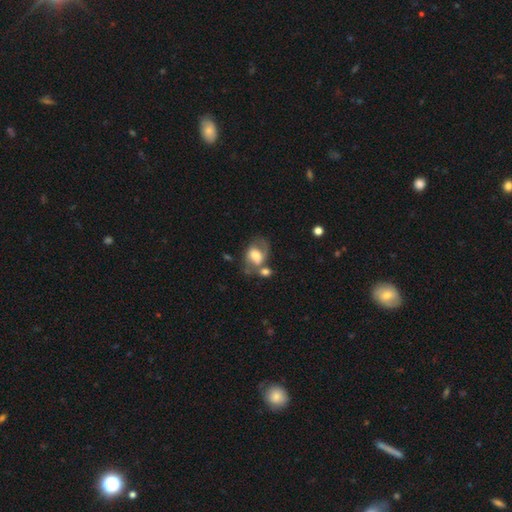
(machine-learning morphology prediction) The model was most divided on "merging": none: 37%, merger: 29%, minor disturbance: 20%, major disturbance: 14%. More confident: how rounded — in between (68%); smooth or featured — smooth (54%).